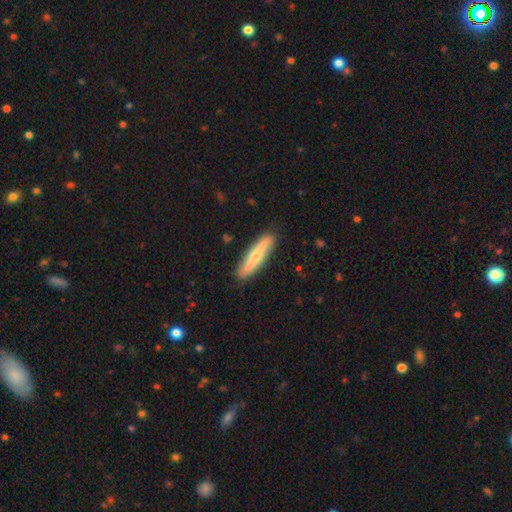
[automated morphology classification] This appears to be a smooth galaxy with no disk features (54%) that is cigar-shaped (87%). Merging: none (88%).